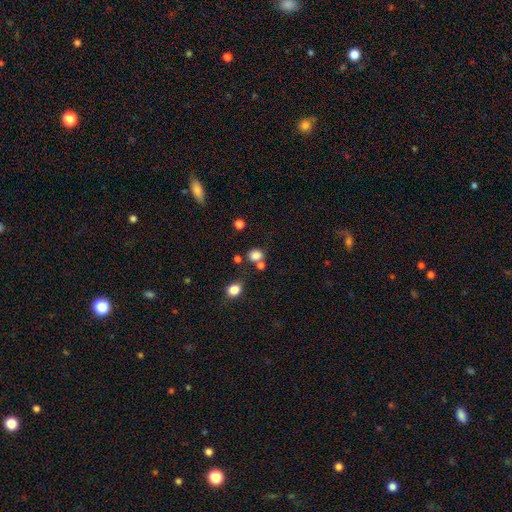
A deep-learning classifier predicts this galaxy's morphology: This appears to be a smooth galaxy with no disk features (81%) that is round (66%). Merging: none (62%).